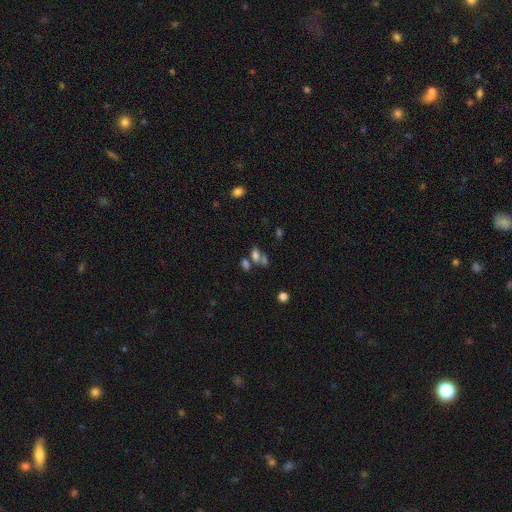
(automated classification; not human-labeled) This is likely a smooth galaxy (67%). How rounded: clearly in between (81%). Merging: marginally merger (44%).